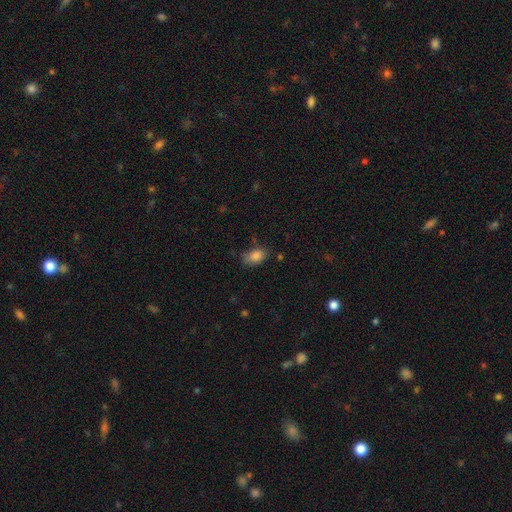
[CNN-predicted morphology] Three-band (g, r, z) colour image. It shows a smooth galaxy with no disk features (84%) that is in between round and cigar-shaped (85%). Merging: none (65%).